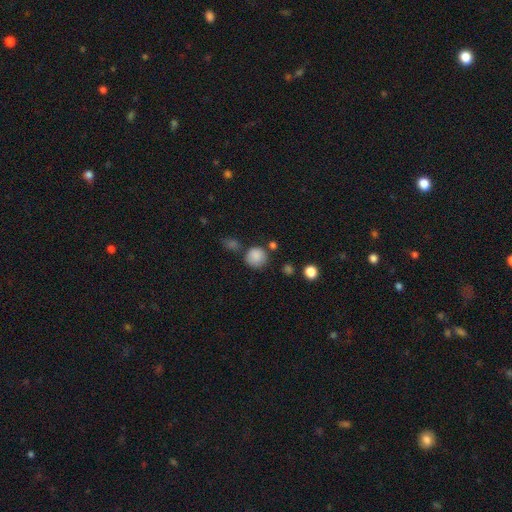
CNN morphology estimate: This appears to be a smooth galaxy with no disk features (85%) that is round (89%). Merging: none (70%).